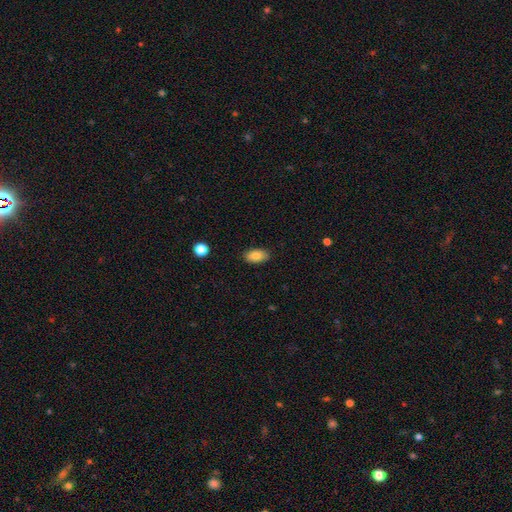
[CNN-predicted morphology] A smooth galaxy with no disk features (83%) that is in between round and cigar-shaped (92%). Merging: none (87%).